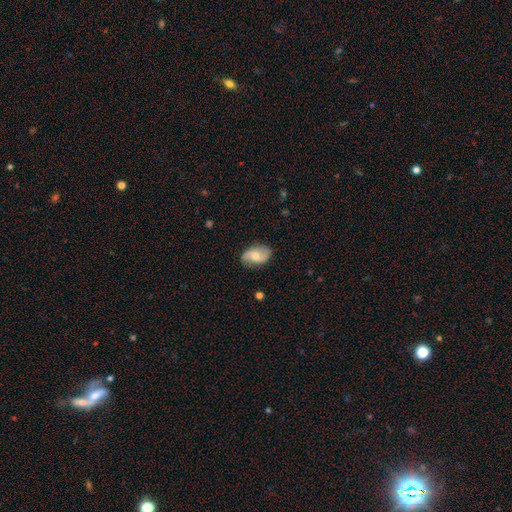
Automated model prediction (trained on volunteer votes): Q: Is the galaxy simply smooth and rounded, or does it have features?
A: featured or disk — 47%.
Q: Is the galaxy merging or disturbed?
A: none — 76%.